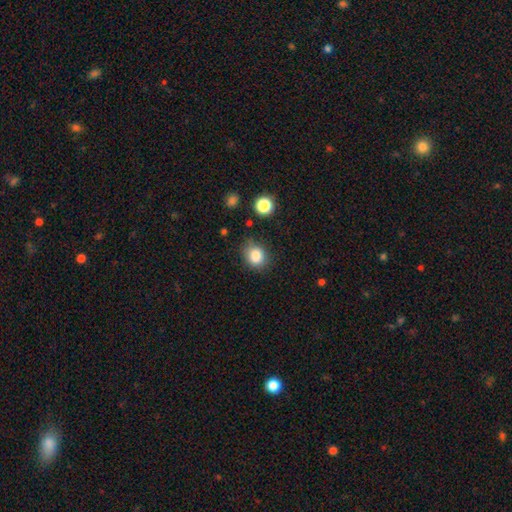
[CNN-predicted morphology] Smooth or featured?
  - smooth: 83% *
  - star or artifact: 11%
  - featured or disk: 6%
How rounded?
  - round: 64% *
  - in between: 35%
  - cigar-shaped: 1%
Merging?
  - none: 75% *
  - minor disturbance: 18%
  - major disturbance: 4%
  - merger: 3%